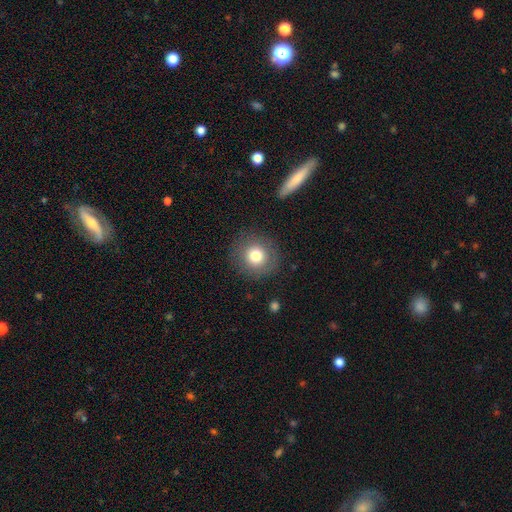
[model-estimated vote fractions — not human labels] The model was most divided on "smooth or featured": smooth: 76%, featured or disk: 13%, star or artifact: 10%. More confident: how rounded — round (93%); merging — none (86%).